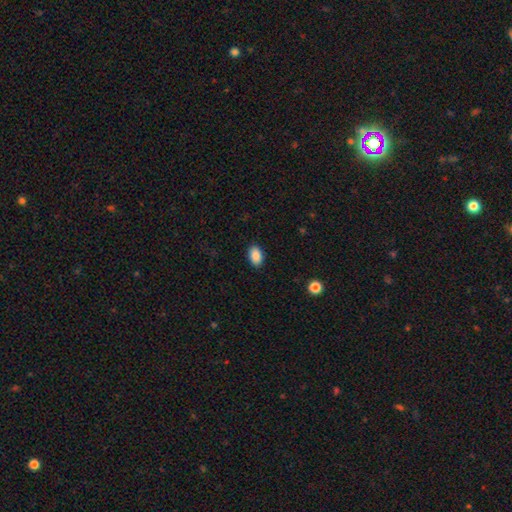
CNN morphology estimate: smooth-or-featured: smooth: 89% | star or artifact: 8% | featured or disk: 3%
  how-rounded: in between: 89% | round: 9% | cigar-shaped: 1%
  merging: none: 87% | minor disturbance: 9% | major disturbance: 2% | merger: 1%